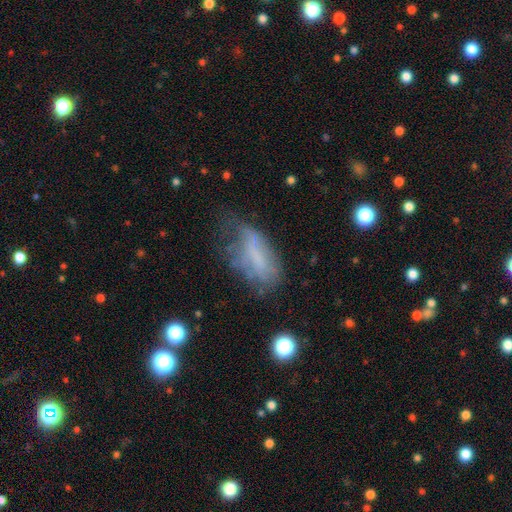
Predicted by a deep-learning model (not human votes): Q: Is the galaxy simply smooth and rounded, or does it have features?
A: smooth — 54%.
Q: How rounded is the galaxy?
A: in between — 80%.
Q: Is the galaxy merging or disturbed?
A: none — 35%.